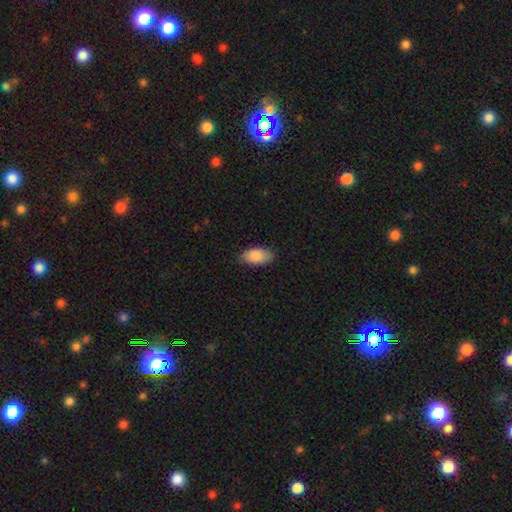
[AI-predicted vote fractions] Morphology: type=smooth (86%); roundness=in between (94%); merging=none (84%).